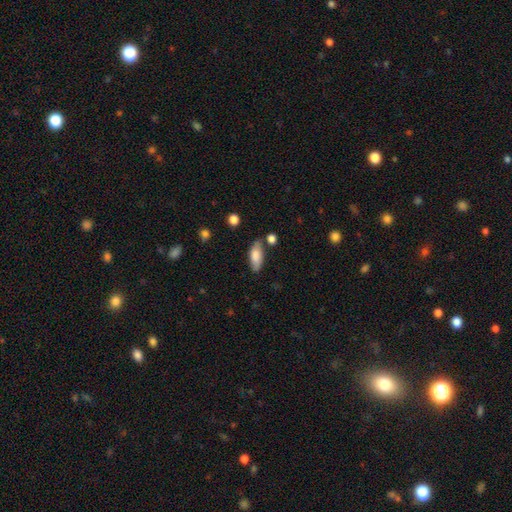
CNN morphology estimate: A smooth galaxy with no disk features (79%) that is in between round and cigar-shaped (83%).

Vote fractions:
- Smooth or featured? smooth: 79% / featured or disk: 14% / star or artifact: 7%
- How rounded? in between: 83% / cigar-shaped: 15% / round: 2%
- Merging? none: 70% / minor disturbance: 19% / merger: 7% / major disturbance: 4%